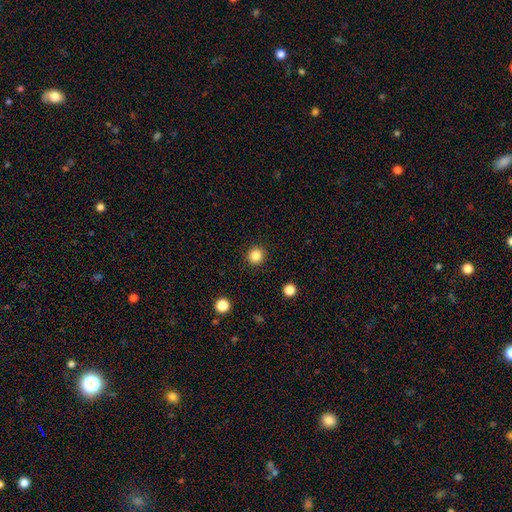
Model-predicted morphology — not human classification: type=smooth (85%); roundness=round (94%); merging=none (92%).